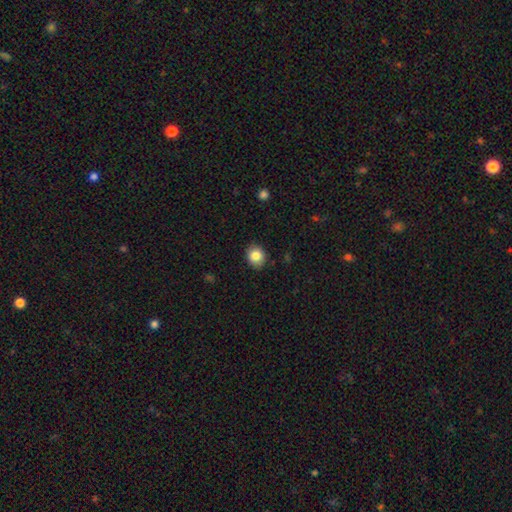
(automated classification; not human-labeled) This is clearly a smooth galaxy (84%). How rounded: likely round (69%). Merging: clearly none (89%).